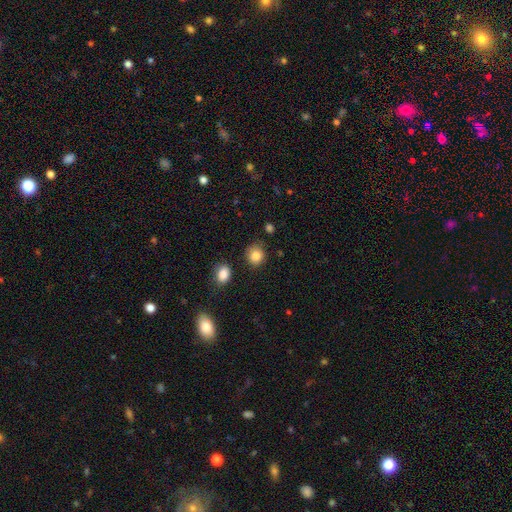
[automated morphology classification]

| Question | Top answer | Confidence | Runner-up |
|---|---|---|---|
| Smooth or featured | smooth | 85% | star or artifact (10%) |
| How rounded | round | 77% | in between (22%) |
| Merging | none | 80% | minor disturbance (14%) |